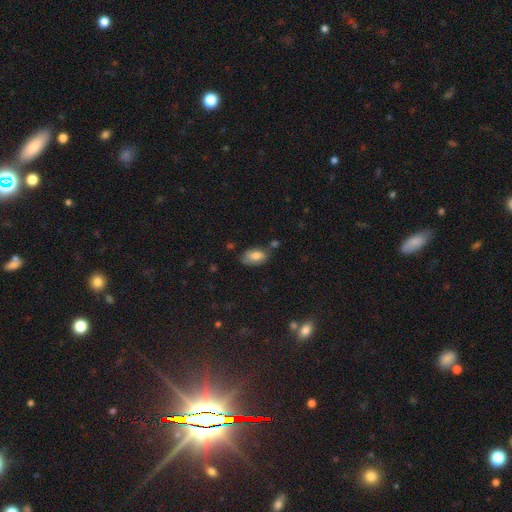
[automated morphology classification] Smooth or featured: smooth — 77% (featured or disk — 16%)
How rounded: in between — 93% (round — 5%)
Merging: none — 60% (minor disturbance — 27%)